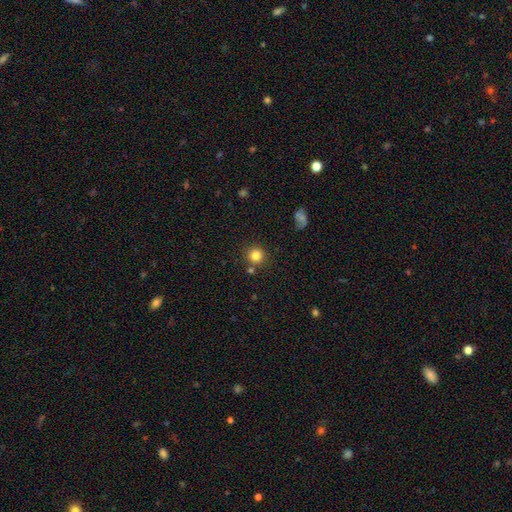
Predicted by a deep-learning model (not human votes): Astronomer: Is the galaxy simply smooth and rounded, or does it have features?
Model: smooth — 82%.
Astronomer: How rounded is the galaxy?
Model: round — 93%.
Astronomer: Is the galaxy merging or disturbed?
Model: none — 81%.